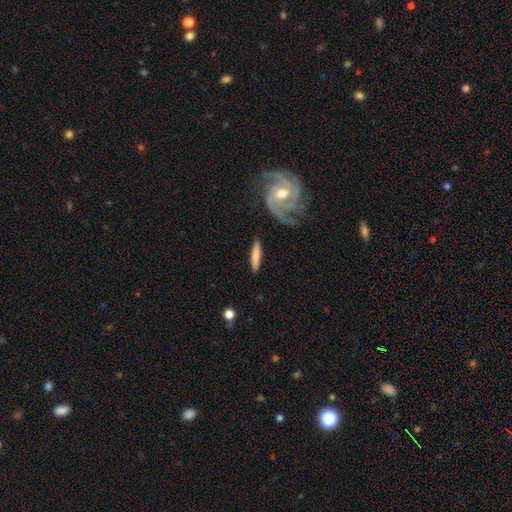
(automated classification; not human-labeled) smooth 69%, featured or disk 26%, star or artifact 5%. Down the decision tree: how rounded — cigar-shaped (86%); merging — none (83%).